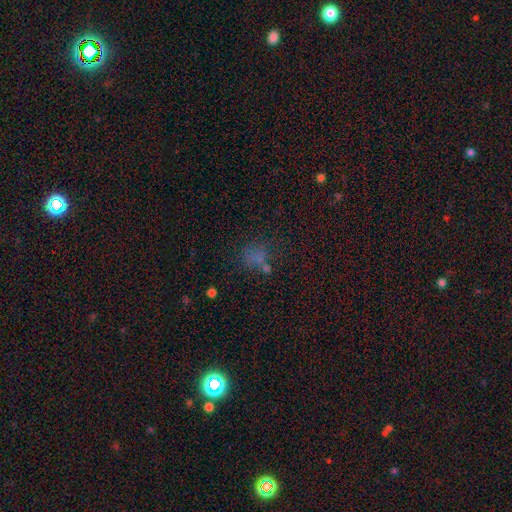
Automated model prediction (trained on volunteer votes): Smooth or featured? smooth (55%)
How rounded? round (60%)
Merging? none (53%)